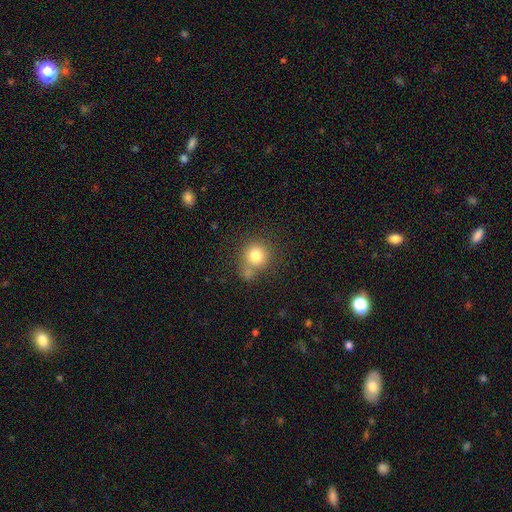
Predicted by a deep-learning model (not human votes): Smooth or featured: smooth — 79% (star or artifact — 11%)
How rounded: round — 86% (in between — 13%)
Merging: none — 57% (merger — 20%)